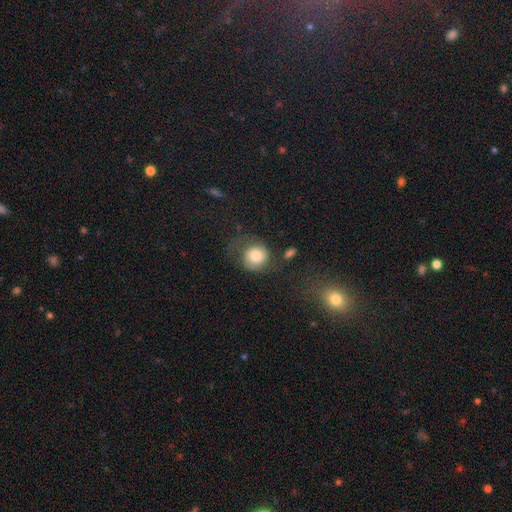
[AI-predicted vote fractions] smooth 69%, featured or disk 23%, star or artifact 8%. Down the decision tree: how rounded — round (78%); merging — none (43%).